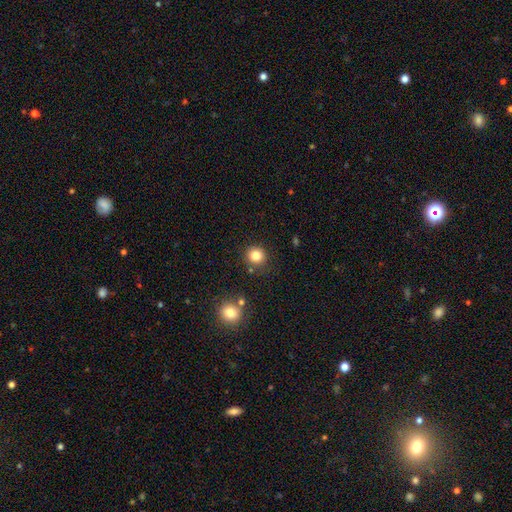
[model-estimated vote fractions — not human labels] Smooth or featured?
  - smooth: 83% *
  - star or artifact: 12%
  - featured or disk: 5%
How rounded?
  - round: 91% *
  - in between: 8%
  - cigar-shaped: 1%
Merging?
  - none: 85% *
  - minor disturbance: 8%
  - merger: 4%
  - major disturbance: 3%